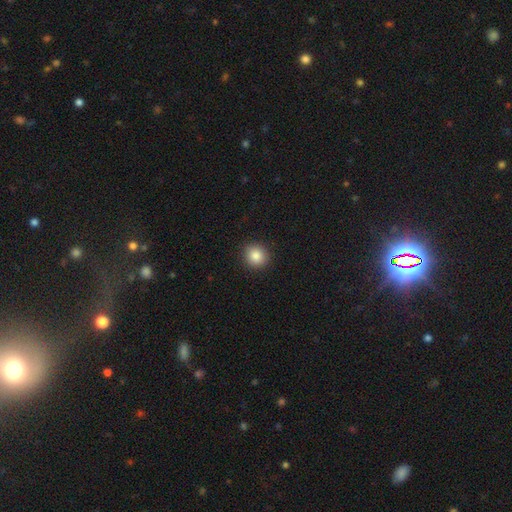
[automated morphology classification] Overall: smooth (85%). How rounded: round (88%). Merging: none (91%).